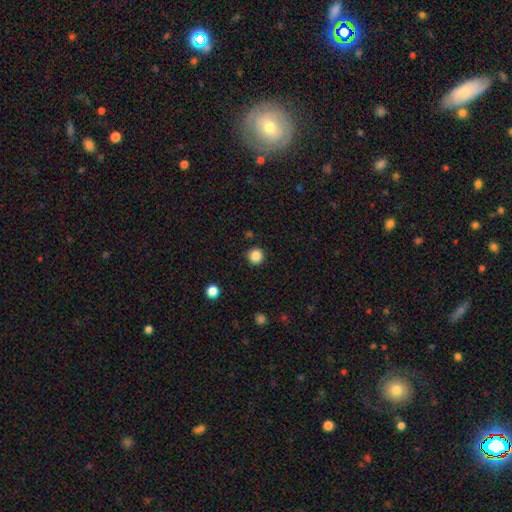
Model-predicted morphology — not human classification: Smooth or featured? smooth (86%)
How rounded? round (95%)
Merging? none (91%)